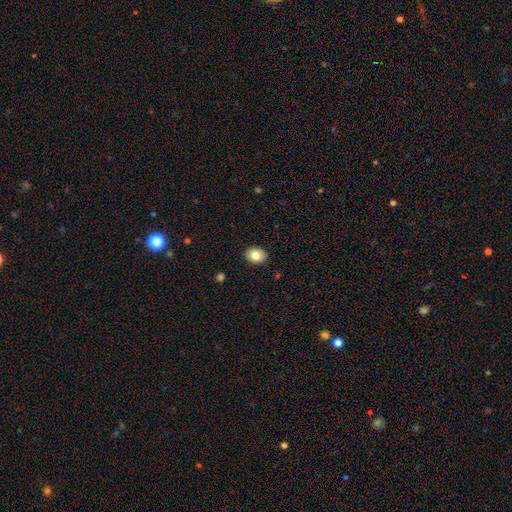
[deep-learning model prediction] Morphology: type=smooth (82%); roundness=in between (62%); merging=none (90%).